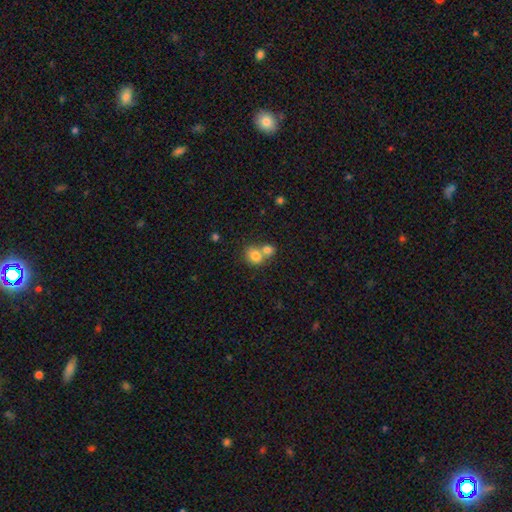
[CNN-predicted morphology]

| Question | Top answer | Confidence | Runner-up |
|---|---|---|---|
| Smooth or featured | smooth | 78% | featured or disk (12%) |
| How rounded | round | 67% | in between (32%) |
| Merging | merger | 59% | none (31%) |